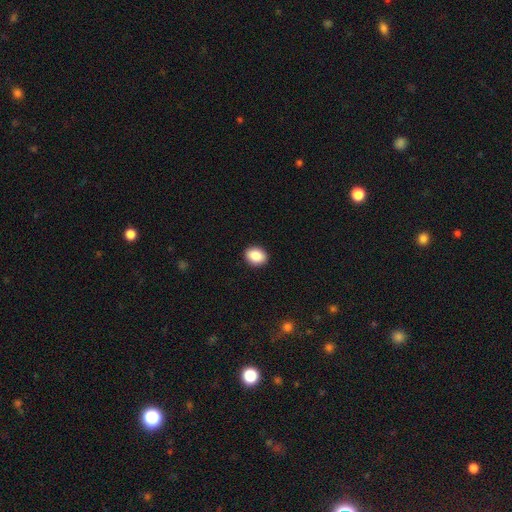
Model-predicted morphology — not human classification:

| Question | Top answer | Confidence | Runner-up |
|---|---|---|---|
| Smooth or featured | smooth | 88% | star or artifact (8%) |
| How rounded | in between | 58% | round (41%) |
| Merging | none | 92% | minor disturbance (6%) |